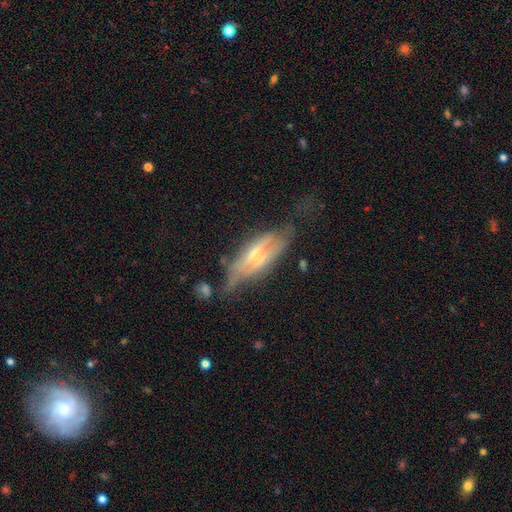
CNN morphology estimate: Smooth or featured? Predicted: featured or disk (p=0.67). Edge-on disk? Predicted: yes (p=0.74). Merging? Predicted: none (p=0.49).